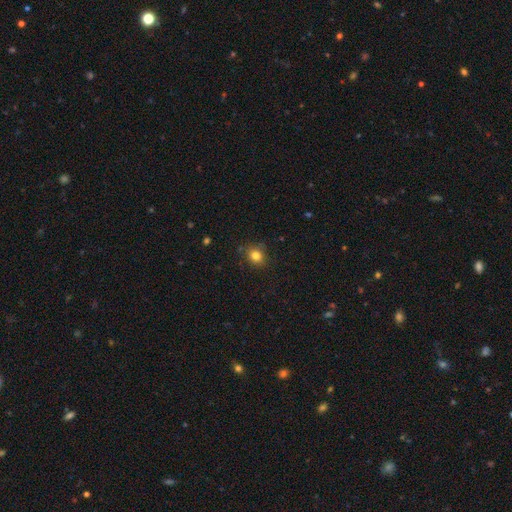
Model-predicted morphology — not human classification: Smooth or featured? smooth (81%)
How rounded? round (77%)
Merging? none (84%)